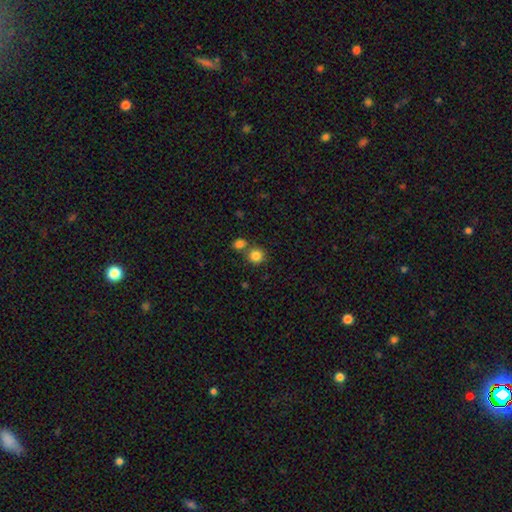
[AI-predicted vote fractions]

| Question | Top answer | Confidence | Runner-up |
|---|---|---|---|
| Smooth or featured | smooth | 84% | star or artifact (11%) |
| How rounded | round | 90% | in between (9%) |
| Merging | none | 67% | merger (23%) |